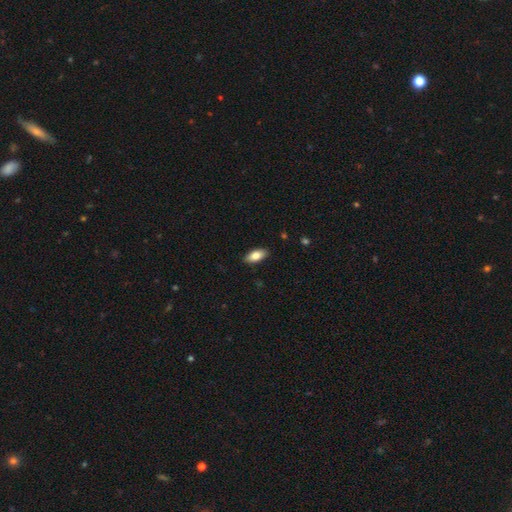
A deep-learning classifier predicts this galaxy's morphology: The model was most divided on "smooth or featured": smooth: 81%, featured or disk: 13%, star or artifact: 6%. More confident: merging — none (89%); how rounded — in between (88%).